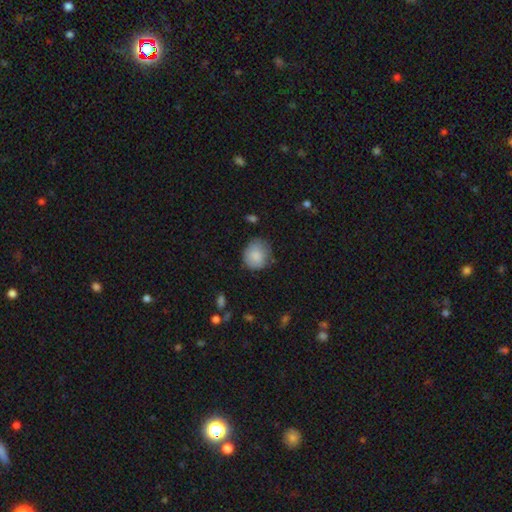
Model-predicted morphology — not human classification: smooth-or-featured: smooth: 86% | featured or disk: 8% | star or artifact: 7%
  how-rounded: round: 78% | in between: 21% | cigar-shaped: 1%
  merging: none: 71% | minor disturbance: 22% | major disturbance: 5% | merger: 2%